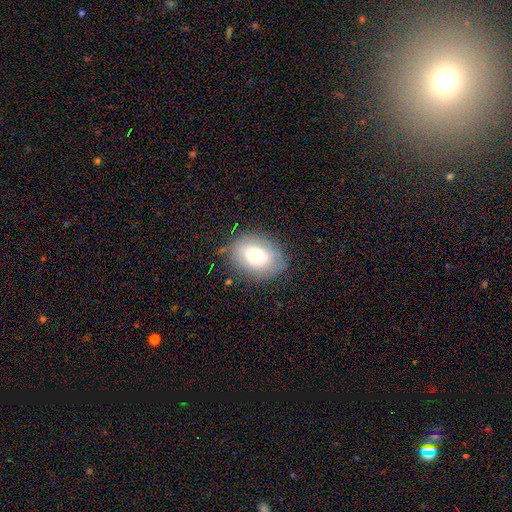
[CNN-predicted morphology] smooth 65%, featured or disk 26%, star or artifact 10%. Down the decision tree: how rounded — in between (70%); merging — none (80%).